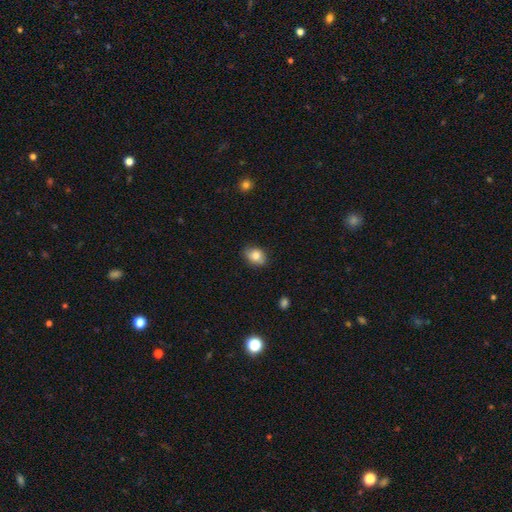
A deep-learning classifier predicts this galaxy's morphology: The model was most divided on "how rounded": in between: 68%, round: 31%, cigar-shaped: 1%. More confident: smooth or featured — smooth (81%); merging — none (80%).